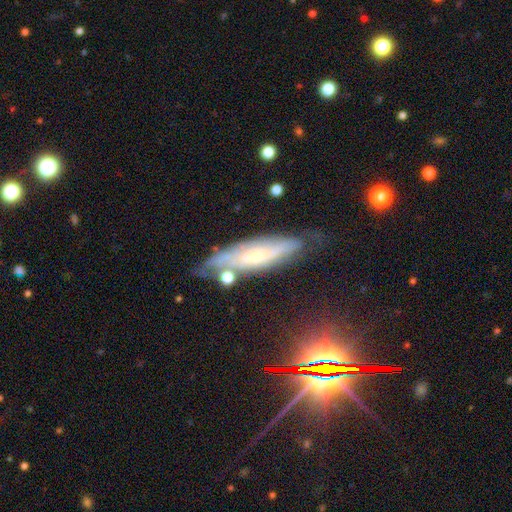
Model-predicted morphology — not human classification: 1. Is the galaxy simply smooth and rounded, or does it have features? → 63% featured or disk, 28% smooth, 9% star or artifact.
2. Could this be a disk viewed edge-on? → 59% no, 41% yes.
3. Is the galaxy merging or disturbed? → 60% none, 26% minor disturbance, 9% major disturbance, 6% merger.